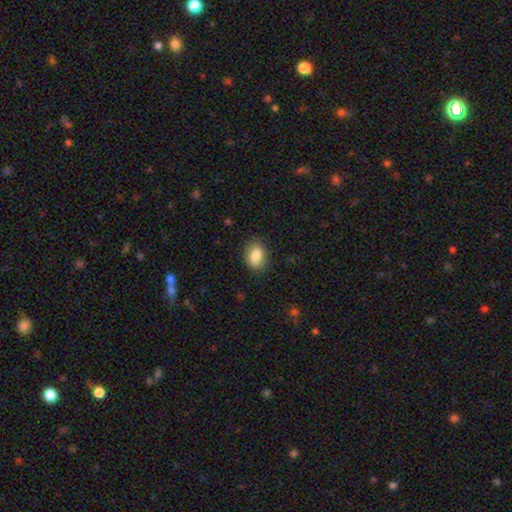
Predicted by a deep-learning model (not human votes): Smooth or featured? Predicted: smooth (p=0.86). How rounded? Predicted: in between (p=0.82). Merging? Predicted: none (p=0.77).